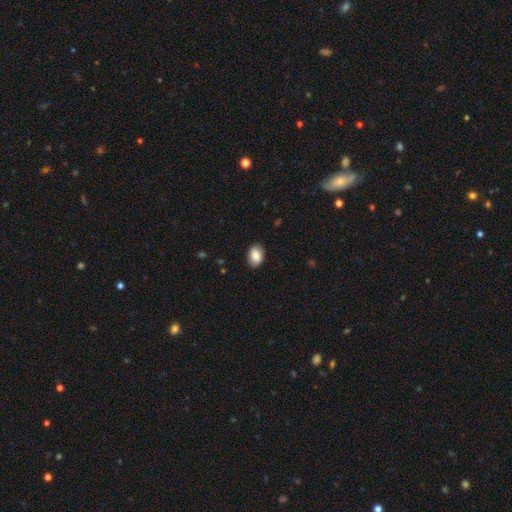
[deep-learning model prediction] Overall: smooth (87%). How rounded: in between (86%). Merging: none (87%).